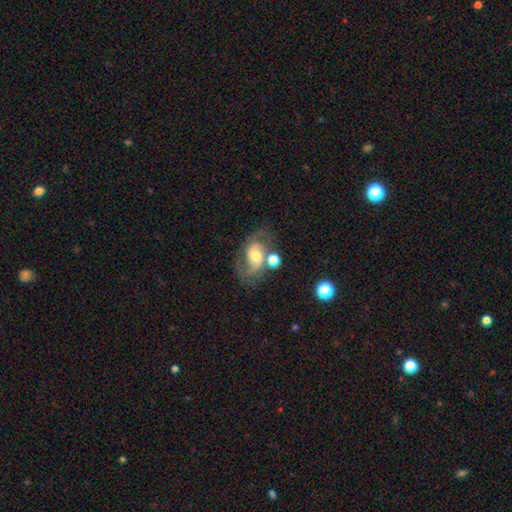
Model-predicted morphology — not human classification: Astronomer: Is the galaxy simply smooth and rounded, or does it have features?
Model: featured or disk — 72%.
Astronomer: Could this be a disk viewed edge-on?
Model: no — 97%.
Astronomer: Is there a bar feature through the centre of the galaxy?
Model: no — 46% (runner-up: weak, 41%).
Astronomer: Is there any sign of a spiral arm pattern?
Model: yes — 89%.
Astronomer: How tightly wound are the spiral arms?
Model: medium — 52% (runner-up: loose, 31%).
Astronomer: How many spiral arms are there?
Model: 2 — 85%.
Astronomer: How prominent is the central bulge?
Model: moderate — 60%.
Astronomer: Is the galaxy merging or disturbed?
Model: none — 52%.